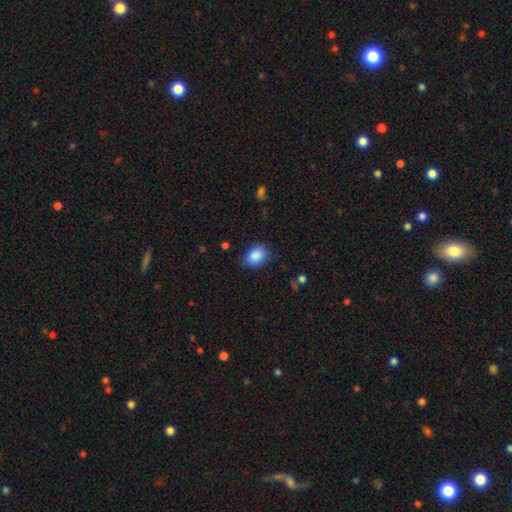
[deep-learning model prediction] Smooth or featured? Predicted: smooth (p=0.88). How rounded? Predicted: in between (p=0.58). Merging? Predicted: none (p=0.81).